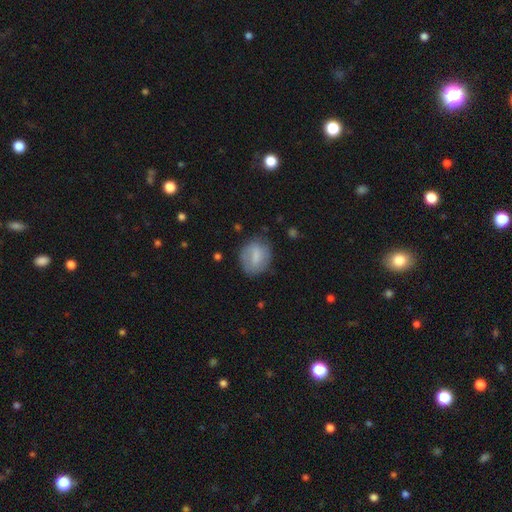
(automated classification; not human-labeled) A smooth galaxy with no disk features (67%) that is in between round and cigar-shaped (50%).

Vote fractions:
- Smooth or featured? smooth: 67% / featured or disk: 25% / star or artifact: 8%
- How rounded? in between: 50% / round: 49% / cigar-shaped: 2%
- Merging? none: 67% / minor disturbance: 23% / major disturbance: 8% / merger: 2%